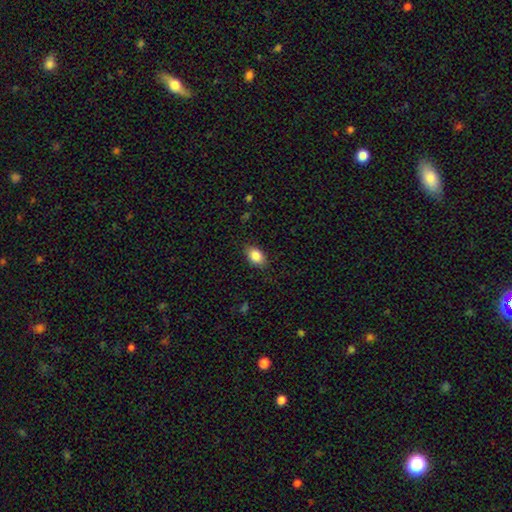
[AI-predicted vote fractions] smooth 86%, star or artifact 8%, featured or disk 6%. Down the decision tree: how rounded — in between (83%); merging — none (83%).